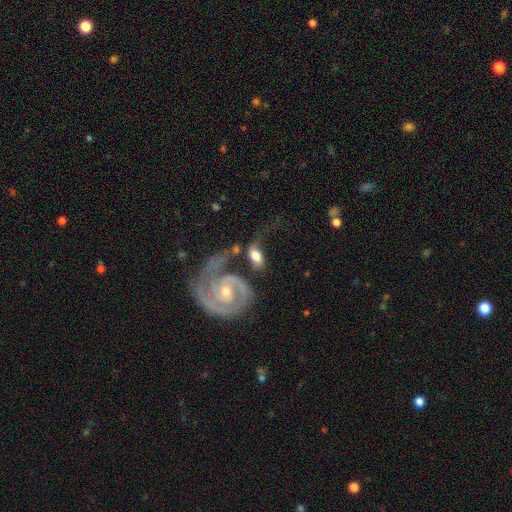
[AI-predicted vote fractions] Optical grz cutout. It shows a featured or disk galaxy (54%) with no bar (56%), spiral arms (87%) and a moderate central bulge (47%). Merging: none (32%).